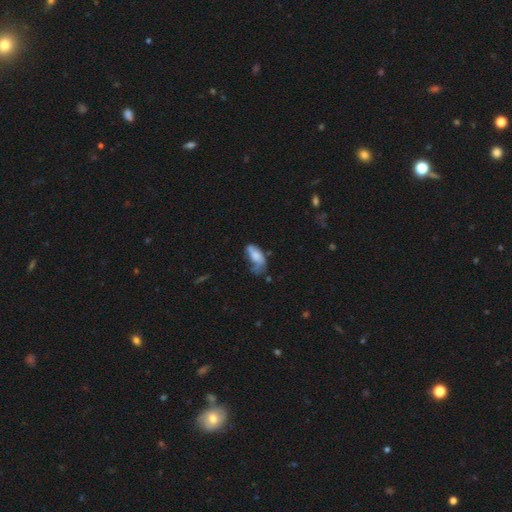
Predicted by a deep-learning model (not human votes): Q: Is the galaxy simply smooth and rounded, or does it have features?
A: smooth — 64%.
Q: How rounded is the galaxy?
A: in between — 85%.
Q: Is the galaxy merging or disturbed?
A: minor disturbance — 33%.